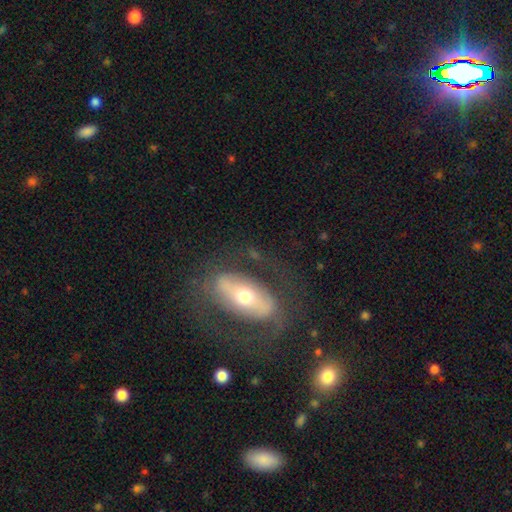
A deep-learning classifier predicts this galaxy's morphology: Smooth or featured: featured or disk — 66% (smooth — 27%)
Edge-on disk: no — 84% (yes — 16%)
Bar: no — 43% (strong — 37%)
Spiral arms: no — 57% (yes — 43%)
Bulge size: moderate — 61% (small — 28%)
Merging: none — 68% (major disturbance — 15%)